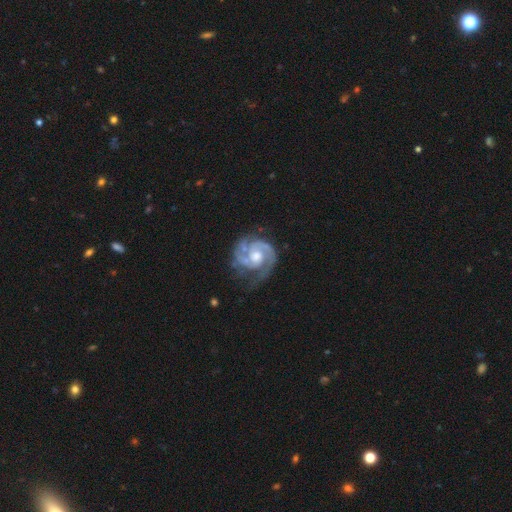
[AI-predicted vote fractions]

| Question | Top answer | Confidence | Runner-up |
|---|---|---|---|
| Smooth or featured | featured or disk | 91% | smooth (5%) |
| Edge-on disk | no | 98% | yes (2%) |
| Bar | no | 66% | weak (28%) |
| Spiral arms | yes | 98% | no (2%) |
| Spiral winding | tight | 55% | medium (38%) |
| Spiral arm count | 2 | 62% | 3 (20%) |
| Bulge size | moderate | 65% | small (16%) |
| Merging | none | 67% | minor disturbance (20%) |